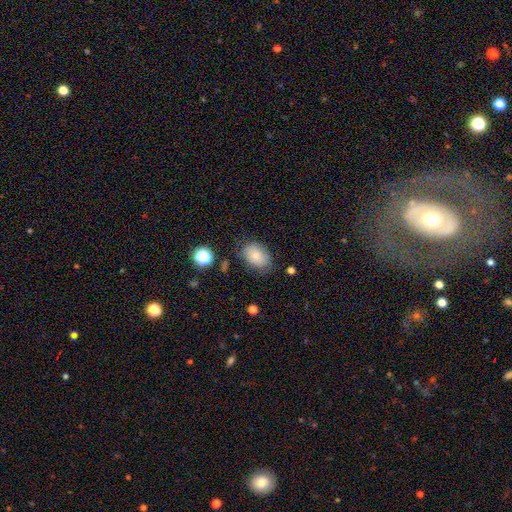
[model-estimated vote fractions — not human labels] Overall: smooth (80%). How rounded: in between (79%). Merging: none (70%).